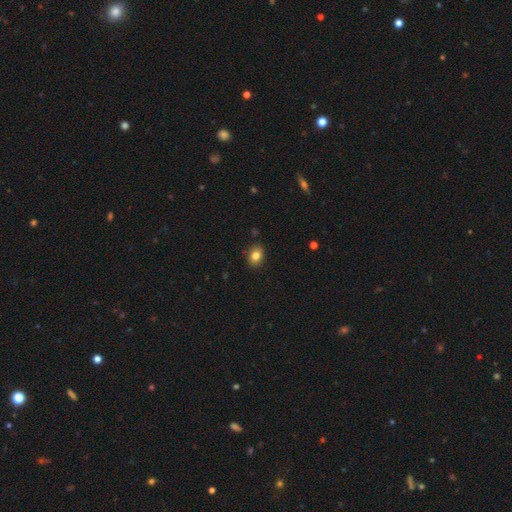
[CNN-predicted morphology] Overall: smooth (82%). How rounded: in between (66%; round 33%). Merging: none (87%).